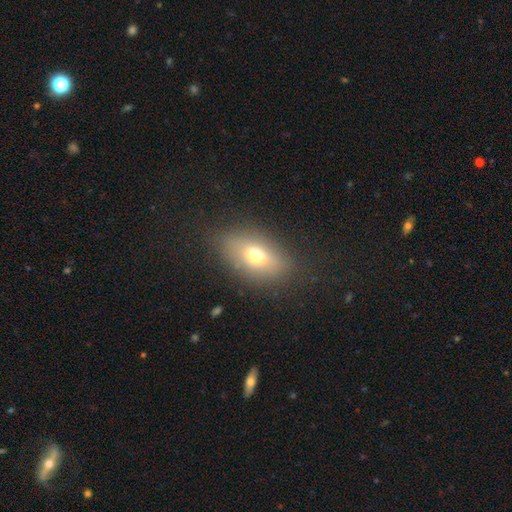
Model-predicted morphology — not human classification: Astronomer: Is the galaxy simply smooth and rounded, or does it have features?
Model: smooth — 68%.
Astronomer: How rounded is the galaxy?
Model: in between — 85%.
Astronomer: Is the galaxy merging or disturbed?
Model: none — 80%.